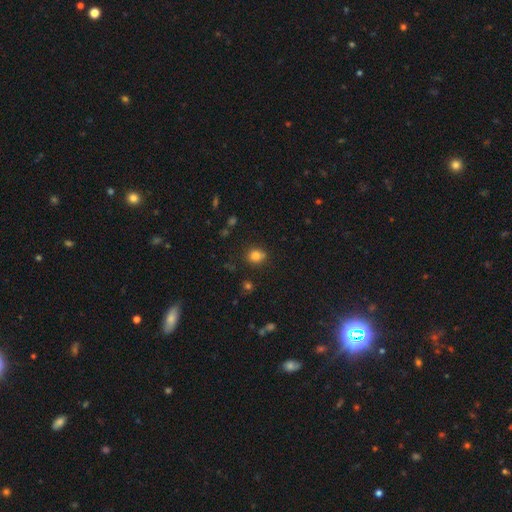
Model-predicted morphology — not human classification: A smooth galaxy with no disk features (81%) that is round (73%).

Vote fractions:
- Smooth or featured? smooth: 81% / star or artifact: 13% / featured or disk: 6%
- How rounded? round: 73% / in between: 26% / cigar-shaped: 1%
- Merging? none: 78% / minor disturbance: 14% / merger: 5% / major disturbance: 3%